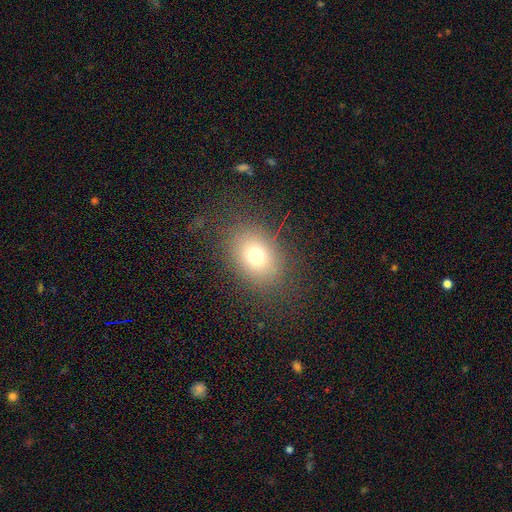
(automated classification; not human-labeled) smooth_or_featured: smooth (p=0.72) [alt: star or artifact p=0.15]
how_rounded: in between (p=0.60) [alt: round p=0.39]
merging: none (p=0.81) [alt: minor disturbance p=0.11]